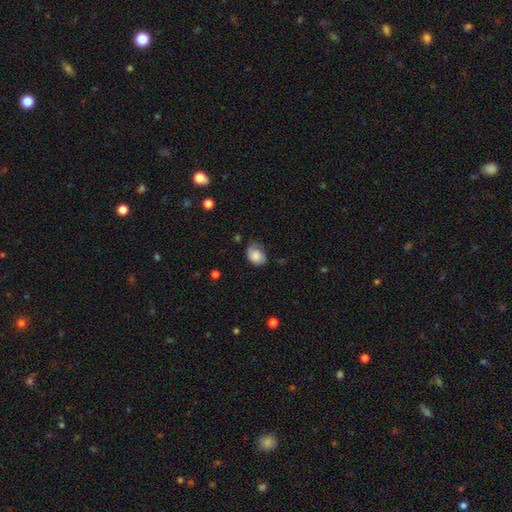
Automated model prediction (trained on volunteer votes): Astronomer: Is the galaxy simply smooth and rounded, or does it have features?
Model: smooth — 78%.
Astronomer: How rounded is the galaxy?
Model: in between — 69%.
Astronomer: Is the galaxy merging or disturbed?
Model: none — 50% (runner-up: minor disturbance, 37%).